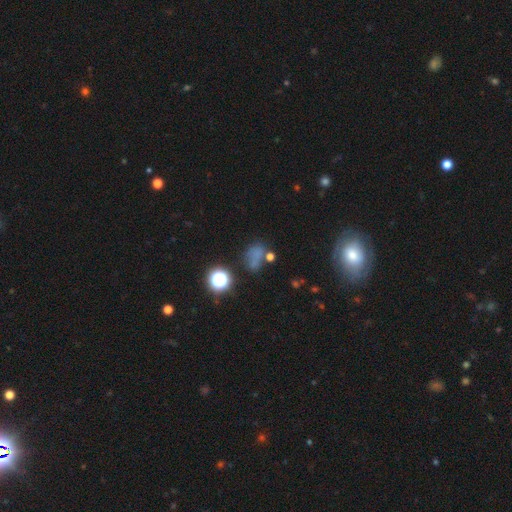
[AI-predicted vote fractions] This is possibly a smooth galaxy (57%). How rounded: possibly in between (55%). Merging: possibly none (47%).